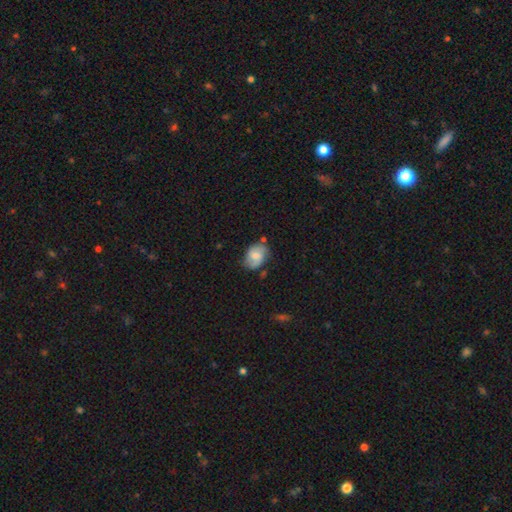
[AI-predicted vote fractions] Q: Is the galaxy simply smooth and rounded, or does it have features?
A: featured or disk — 52%.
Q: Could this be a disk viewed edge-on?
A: no — 97%.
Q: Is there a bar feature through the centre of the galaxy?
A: no — 46%.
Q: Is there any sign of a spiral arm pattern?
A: yes — 87%.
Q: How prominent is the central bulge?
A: moderate — 47%.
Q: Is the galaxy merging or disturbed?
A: none — 65%.